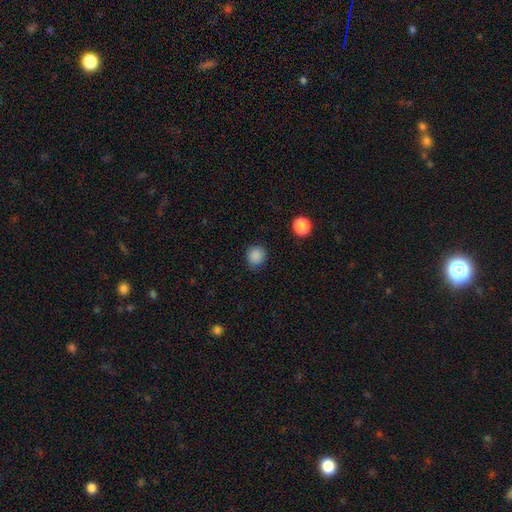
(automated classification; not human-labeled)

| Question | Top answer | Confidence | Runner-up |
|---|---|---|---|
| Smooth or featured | smooth | 87% | star or artifact (10%) |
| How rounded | round | 87% | in between (12%) |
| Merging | none | 83% | minor disturbance (13%) |